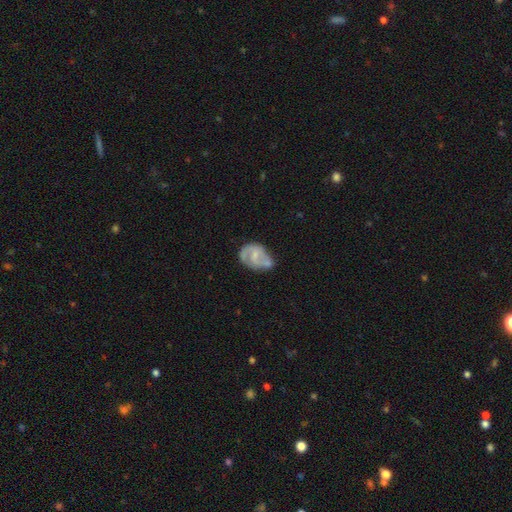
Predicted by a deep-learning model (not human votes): This appears to be a featured or disk galaxy (62%) with no bar (49%), spiral arms (68%) and a small central bulge (50%). Merging: none (32%).